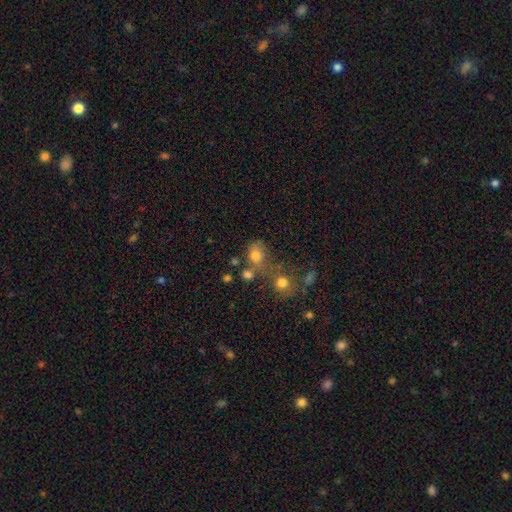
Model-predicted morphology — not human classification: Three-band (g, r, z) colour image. It shows a smooth galaxy with no disk features (75%) that is round (58%). Merging: none (43%).